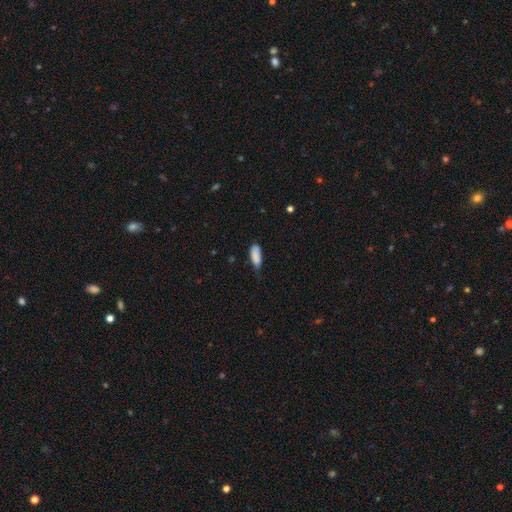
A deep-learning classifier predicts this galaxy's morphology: This is clearly a smooth galaxy (86%). How rounded: likely in between (79%). Merging: marginally none (45%).